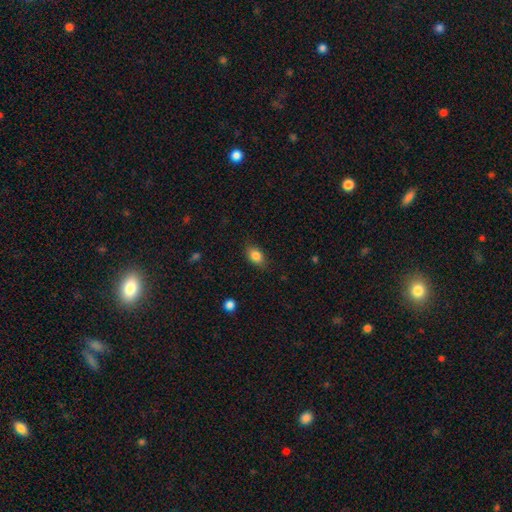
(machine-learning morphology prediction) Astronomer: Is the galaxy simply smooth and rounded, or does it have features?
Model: smooth — 84%.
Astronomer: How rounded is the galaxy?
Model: in between — 81%.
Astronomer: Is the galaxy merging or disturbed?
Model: none — 83%.